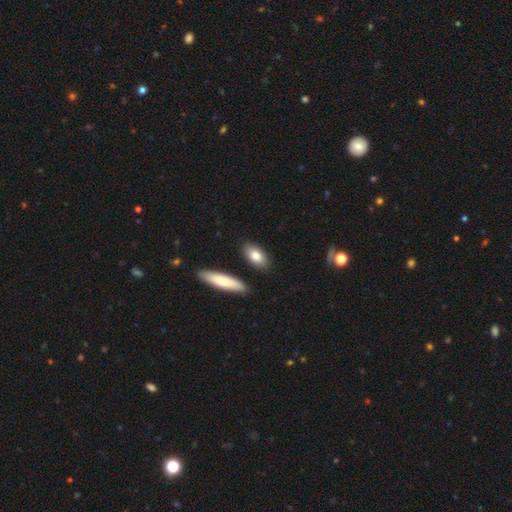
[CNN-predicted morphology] type=smooth (80%); roundness=in between (85%); merging=none (84%).